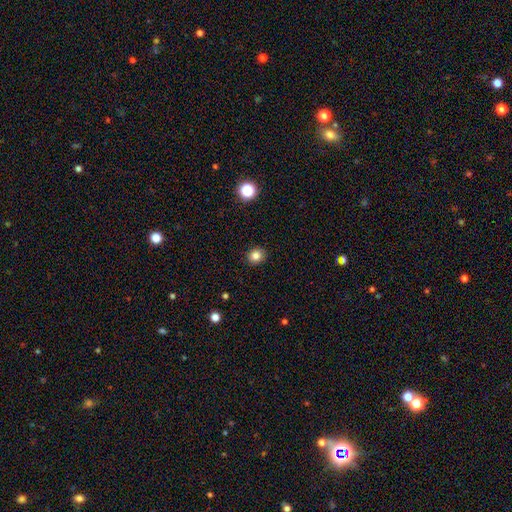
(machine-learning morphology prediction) Overall: smooth (82%). How rounded: round (78%). Merging: none (91%).